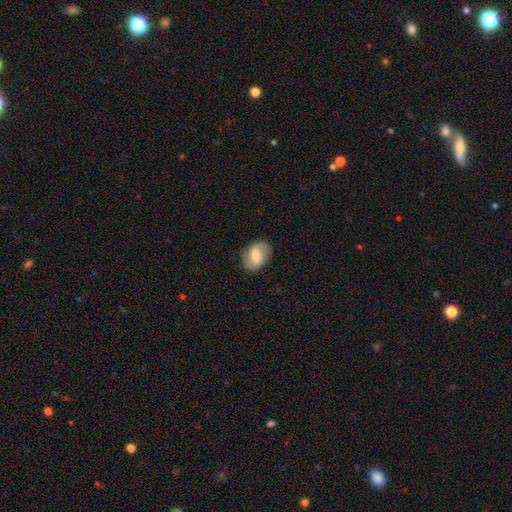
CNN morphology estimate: smooth-or-featured: featured or disk: 52% | smooth: 41% | star or artifact: 7%
  disk-edge-on: no: 96% | yes: 4%
  merging: none: 80% | minor disturbance: 14% | major disturbance: 4% | merger: 1%